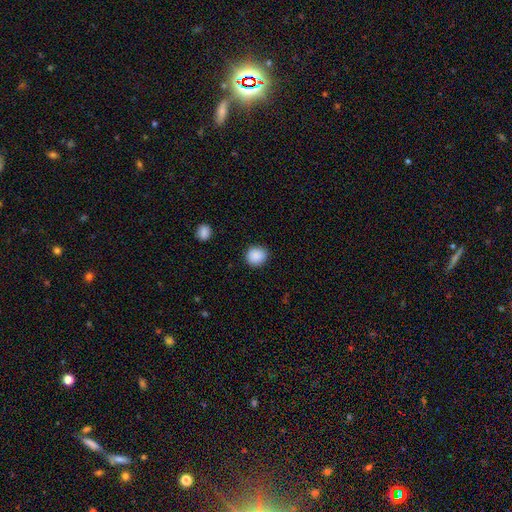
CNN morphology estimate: Smooth or featured: smooth — 89% (star or artifact — 8%)
How rounded: round — 86% (in between — 13%)
Merging: none — 90% (minor disturbance — 7%)